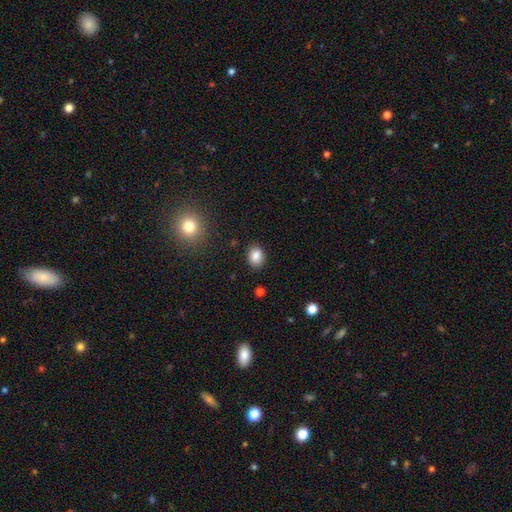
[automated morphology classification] Smooth or featured?
  - smooth: 86% *
  - star or artifact: 10%
  - featured or disk: 4%
How rounded?
  - in between: 51% *
  - round: 48%
  - cigar-shaped: 1%
Merging?
  - none: 85% *
  - minor disturbance: 11%
  - major disturbance: 3%
  - merger: 2%